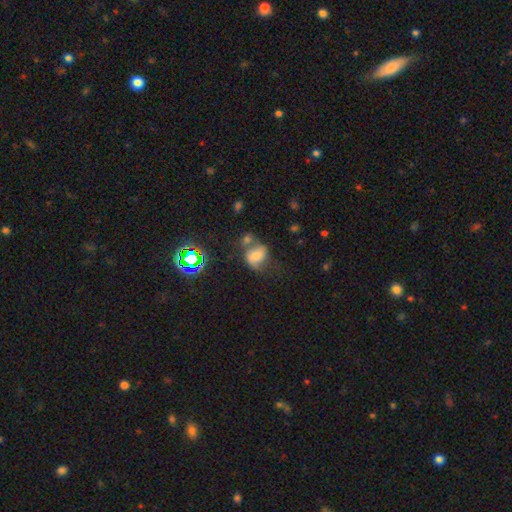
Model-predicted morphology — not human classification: This is possibly a smooth galaxy (53%). How rounded: possibly in between (56%). Merging: marginally none (36%).